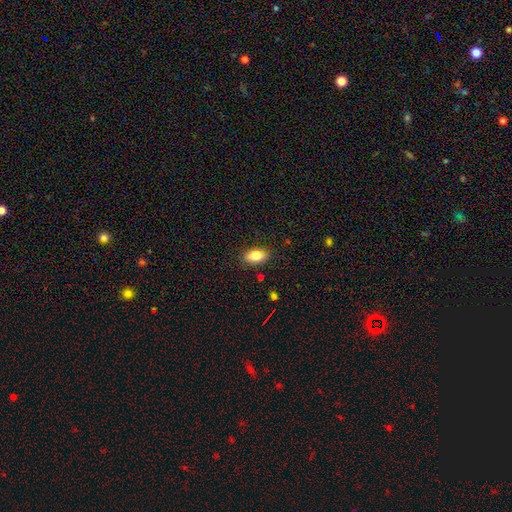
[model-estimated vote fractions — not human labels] smooth_or_featured: smooth (p=0.75) [alt: featured or disk p=0.13]
how_rounded: in between (p=0.87) [alt: cigar-shaped p=0.07]
merging: none (p=0.83) [alt: minor disturbance p=0.12]